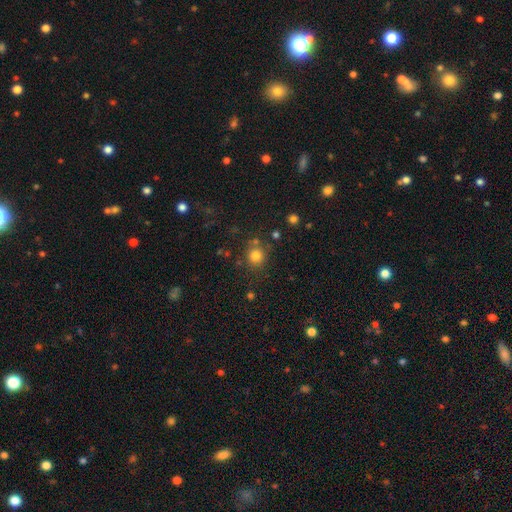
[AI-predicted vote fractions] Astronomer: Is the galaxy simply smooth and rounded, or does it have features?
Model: smooth — 80%.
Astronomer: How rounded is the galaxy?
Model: round — 89%.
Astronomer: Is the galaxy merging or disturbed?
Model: none — 78%.